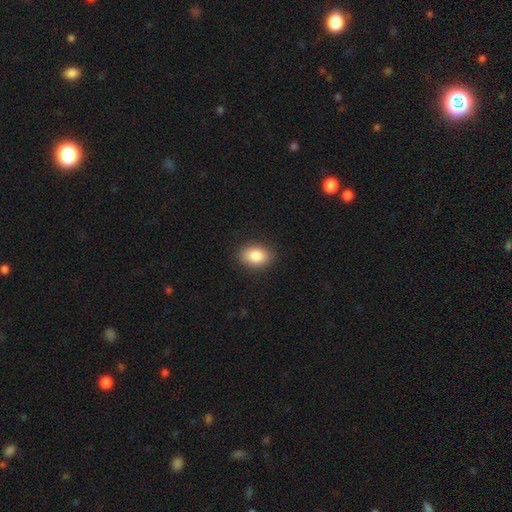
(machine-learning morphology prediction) smooth-or-featured: smooth: 86% | star or artifact: 8% | featured or disk: 7%
  how-rounded: in between: 79% | round: 20% | cigar-shaped: 1%
  merging: none: 89% | minor disturbance: 8% | major disturbance: 2% | merger: 1%